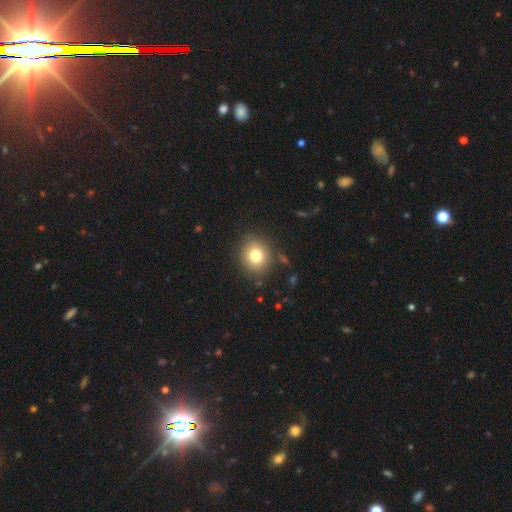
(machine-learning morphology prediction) smooth_or_featured: smooth (p=0.78) [alt: star or artifact p=0.12]
how_rounded: round (p=0.80) [alt: in between p=0.19]
merging: none (p=0.86) [alt: minor disturbance p=0.08]